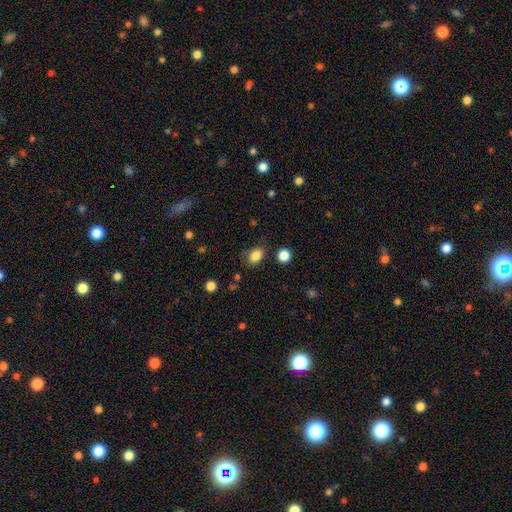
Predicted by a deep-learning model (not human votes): Morphology: type=smooth (85%); roundness=in between (73%); merging=none (75%).